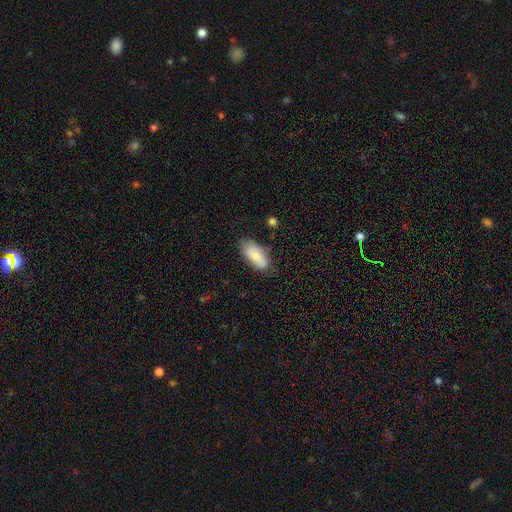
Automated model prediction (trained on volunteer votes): Smooth or featured: smooth — 78% (featured or disk — 15%)
How rounded: in between — 89% (cigar-shaped — 9%)
Merging: none — 70% (minor disturbance — 23%)